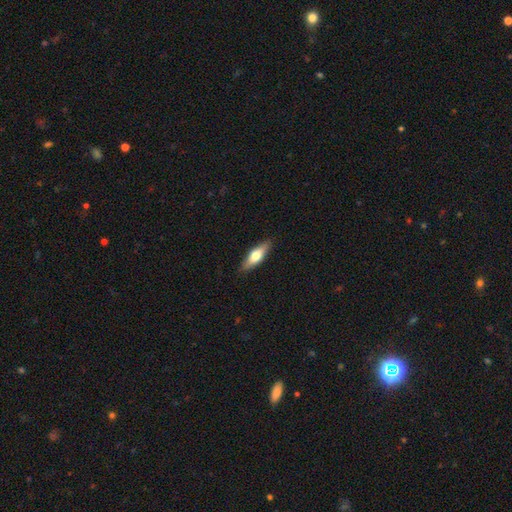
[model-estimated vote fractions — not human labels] smooth_or_featured: smooth (p=0.57) [alt: featured or disk p=0.37]
how_rounded: in between (p=0.53) [alt: cigar-shaped p=0.44]
merging: none (p=0.88) [alt: minor disturbance p=0.10]